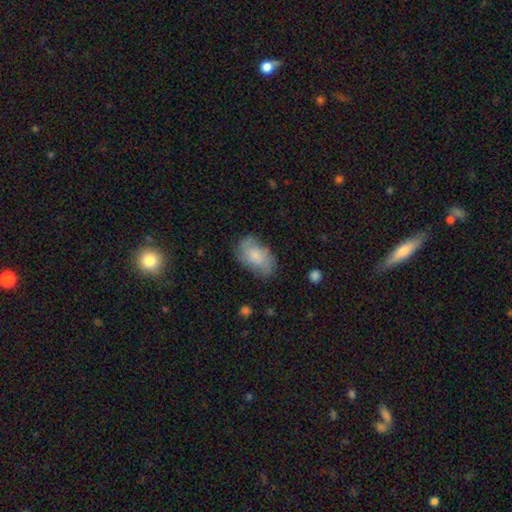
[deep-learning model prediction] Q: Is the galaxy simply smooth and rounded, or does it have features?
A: smooth — 67%.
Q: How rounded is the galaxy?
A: in between — 91%.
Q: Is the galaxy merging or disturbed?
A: none — 62%.